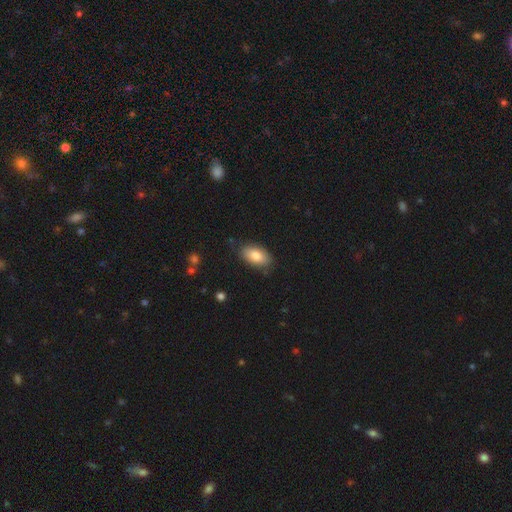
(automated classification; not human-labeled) smooth 83%, featured or disk 10%, star or artifact 7%. Down the decision tree: how rounded — in between (93%); merging — none (81%).